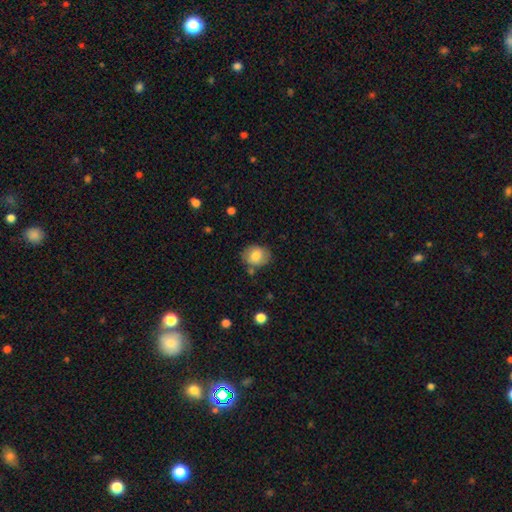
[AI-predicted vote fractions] A smooth galaxy with no disk features (76%) that is round (54%). Merging: none (74%).